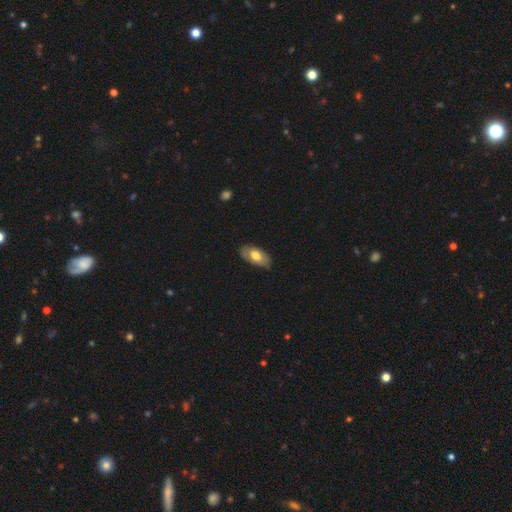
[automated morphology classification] This is likely a smooth galaxy (62%). How rounded: clearly in between (93%). Merging: likely none (75%).